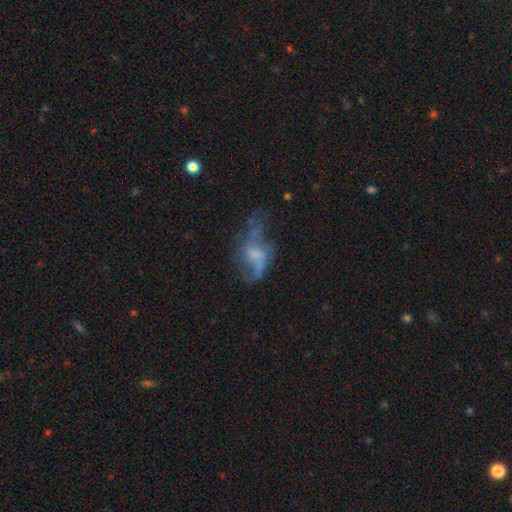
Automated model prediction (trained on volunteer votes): This appears to be a featured or disk galaxy (63%) with no bar (61%), spiral arms (57%) and no central bulge (39%). Merging: major disturbance (41%).